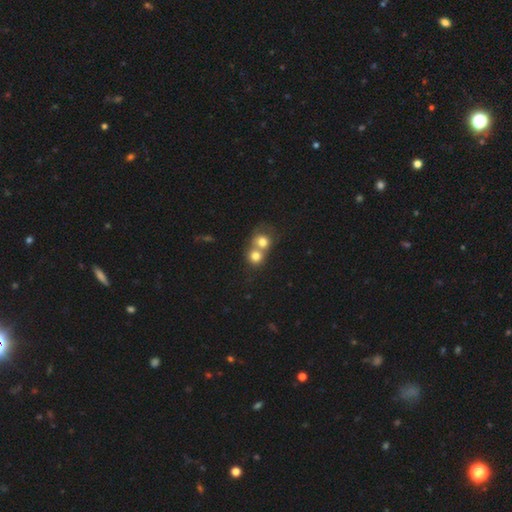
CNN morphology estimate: smooth_or_featured: smooth (p=0.75) [alt: featured or disk p=0.14]
how_rounded: round (p=0.81) [alt: in between p=0.18]
merging: merger (p=0.66) [alt: none p=0.27]